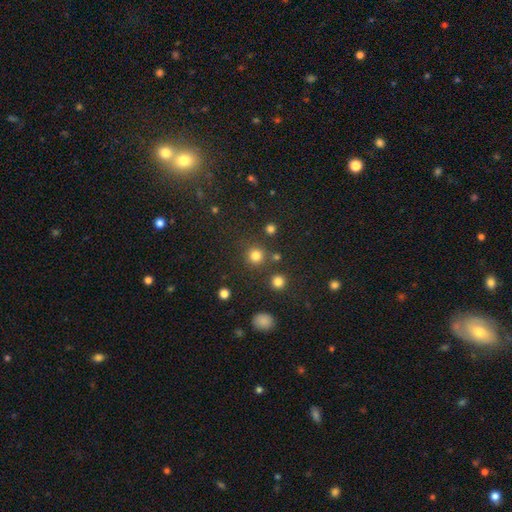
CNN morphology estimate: This appears to be a smooth galaxy with no disk features (79%) that is round (93%). Merging: none (82%).